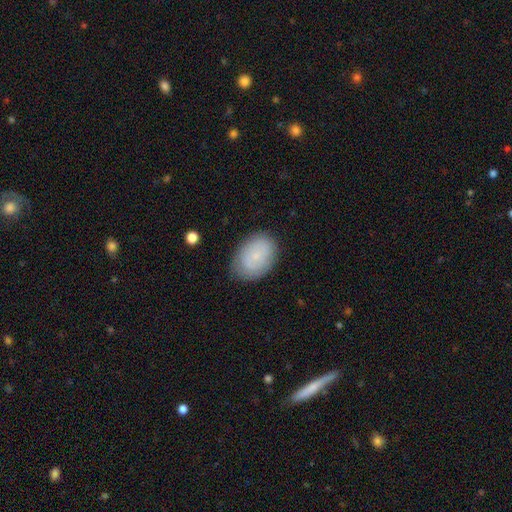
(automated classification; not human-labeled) smooth 69%, featured or disk 23%, star or artifact 7%. Down the decision tree: how rounded — in between (80%); merging — none (79%).